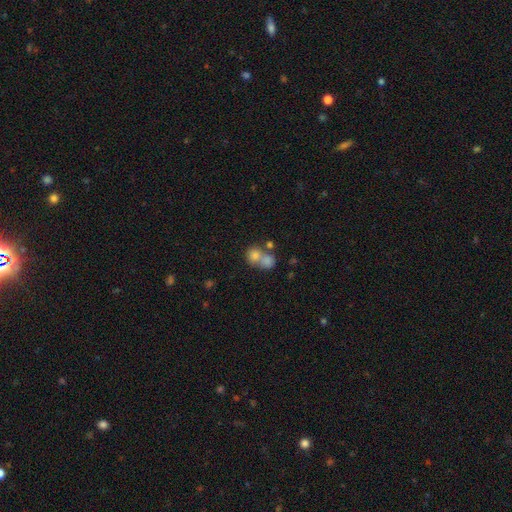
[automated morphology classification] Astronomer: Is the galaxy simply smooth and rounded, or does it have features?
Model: smooth — 72%.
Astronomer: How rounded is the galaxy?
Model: round — 74%.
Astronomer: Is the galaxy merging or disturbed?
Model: merger — 57% (runner-up: none, 33%).